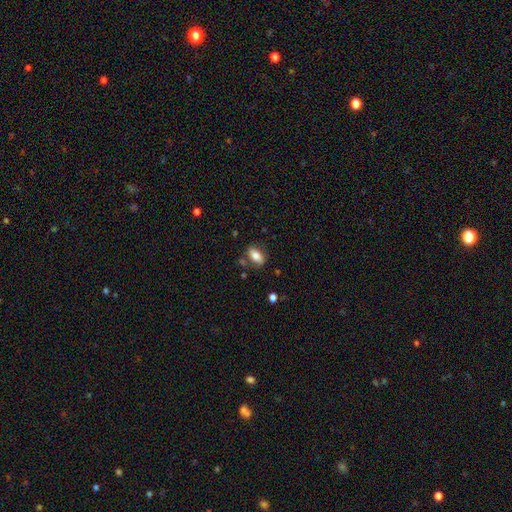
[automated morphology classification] This appears to be a smooth galaxy with no disk features (78%) that is in between round and cigar-shaped (88%). Merging: none (76%).